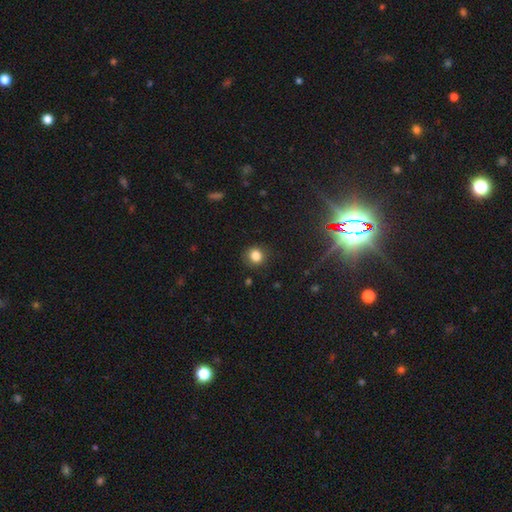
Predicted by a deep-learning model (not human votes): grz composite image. It shows a smooth galaxy with no disk features (83%) that is round (83%). Merging: none (85%).